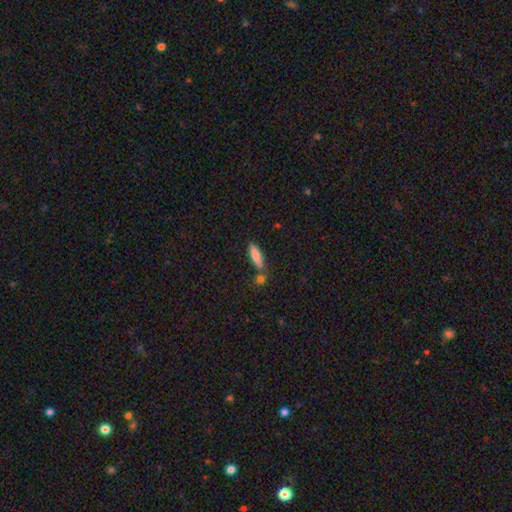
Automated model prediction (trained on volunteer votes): A smooth galaxy with no disk features (82%) that is cigar-shaped (57%). Merging: none (72%).